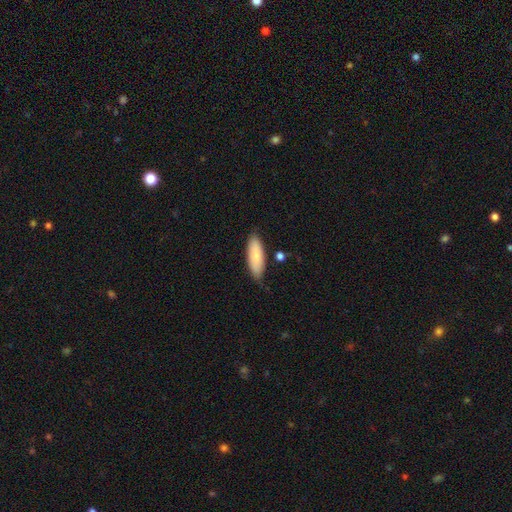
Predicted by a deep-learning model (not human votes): Smooth or featured: smooth — 84% (featured or disk — 11%)
How rounded: in between — 64% (cigar-shaped — 35%)
Merging: none — 76% (minor disturbance — 18%)